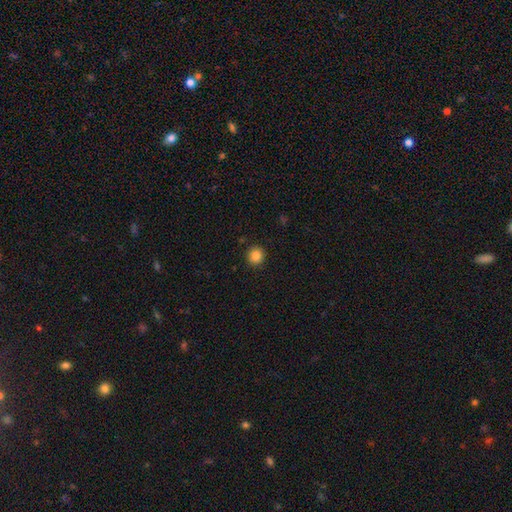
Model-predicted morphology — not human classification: smooth 86%, star or artifact 10%, featured or disk 4%. Down the decision tree: how rounded — round (91%); merging — none (92%).